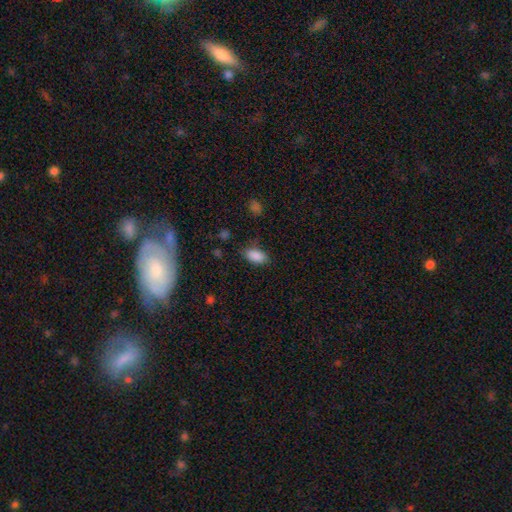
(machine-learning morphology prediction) smooth-or-featured: smooth: 87% | star or artifact: 9% | featured or disk: 4%
  how-rounded: in between: 92% | round: 5% | cigar-shaped: 3%
  merging: none: 80% | minor disturbance: 14% | major disturbance: 4% | merger: 2%